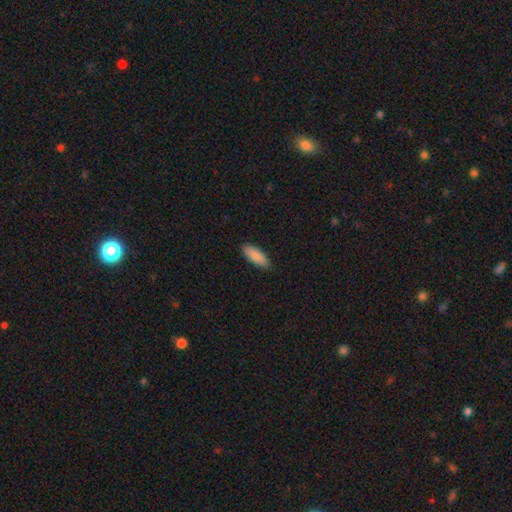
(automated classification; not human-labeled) This appears to be a smooth galaxy with no disk features (89%) that is in between round and cigar-shaped (67%). Merging: none (88%).